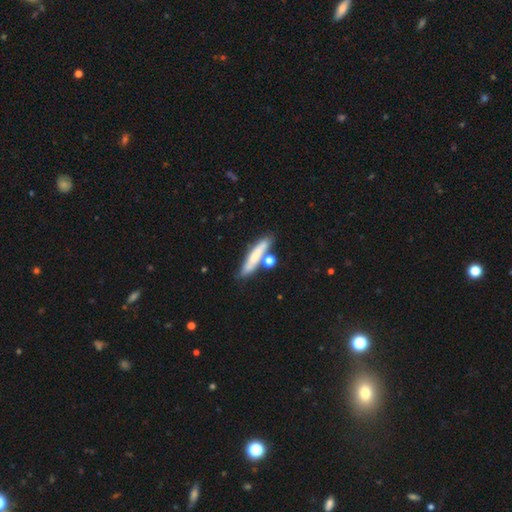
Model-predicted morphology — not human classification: The model was most divided on "smooth or featured": smooth: 64%, featured or disk: 28%, star or artifact: 8%. More confident: how rounded — cigar-shaped (81%); merging — none (63%).